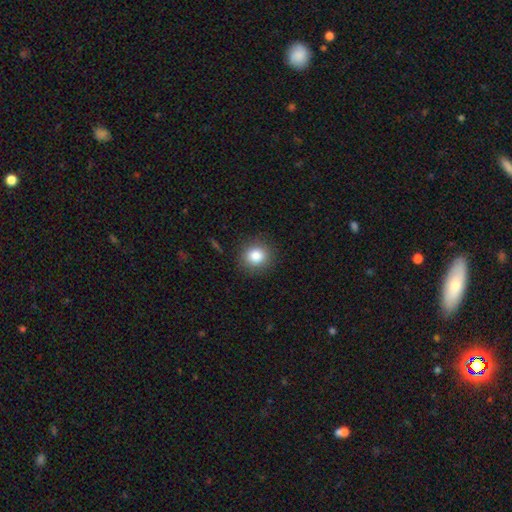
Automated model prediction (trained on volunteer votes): Smooth or featured: smooth — 85% (star or artifact — 10%)
How rounded: round — 88% (in between — 11%)
Merging: none — 89% (minor disturbance — 8%)